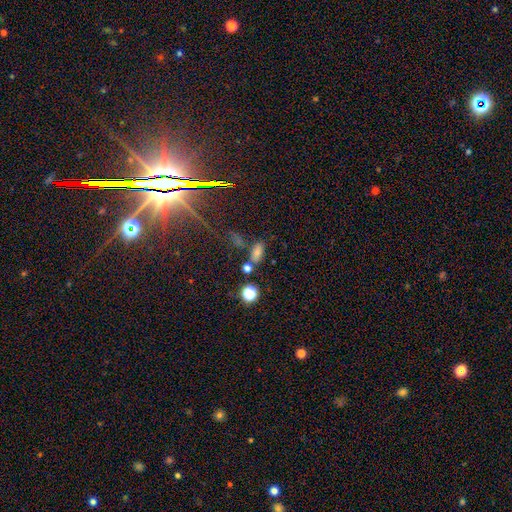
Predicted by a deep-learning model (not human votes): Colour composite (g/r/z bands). It shows a star or artifact, not a galaxy (47%).